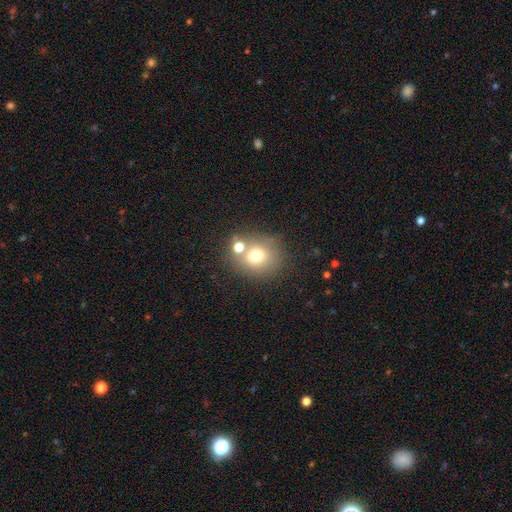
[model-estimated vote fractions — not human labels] This appears to be a smooth galaxy with no disk features (70%) that is round (79%). Merging: none (60%).